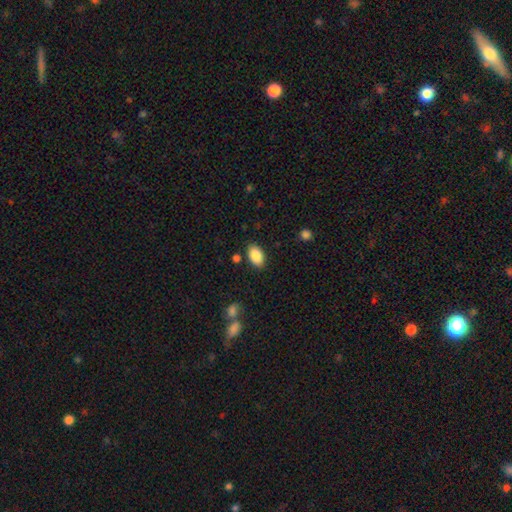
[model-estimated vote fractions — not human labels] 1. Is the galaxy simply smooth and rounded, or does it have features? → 87% smooth, 8% star or artifact, 5% featured or disk.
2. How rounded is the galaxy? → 91% in between, 8% round, 1% cigar-shaped.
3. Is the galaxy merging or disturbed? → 85% none, 10% minor disturbance, 3% major disturbance, 3% merger.